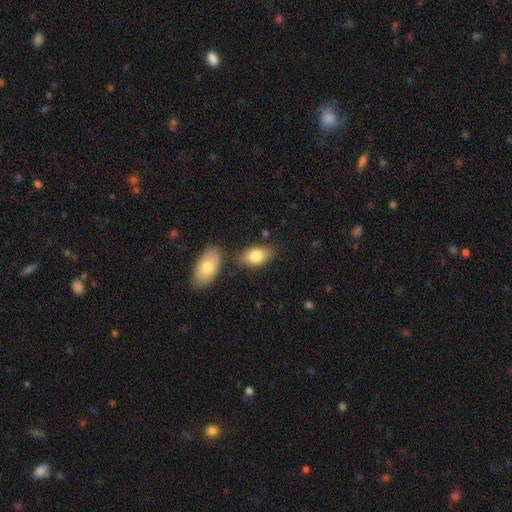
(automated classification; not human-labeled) This appears to be a smooth galaxy with no disk features (81%) that is in between round and cigar-shaped (92%). Merging: none (70%).